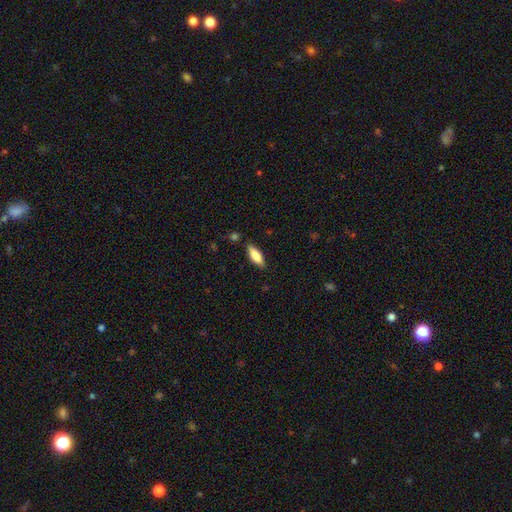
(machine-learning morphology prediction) Q: Smooth or featured?
A: smooth (80%); runner-up: featured or disk (14%)
Q: How rounded?
A: in between (61%); runner-up: cigar-shaped (37%)
Q: Merging?
A: none (84%); runner-up: minor disturbance (11%)